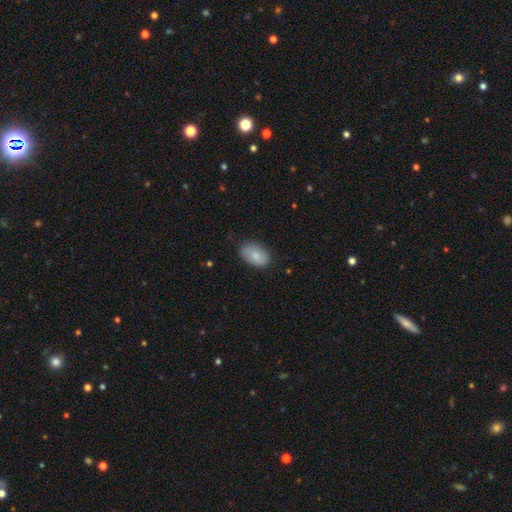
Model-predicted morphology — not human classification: Smooth or featured?
  - smooth: 83% *
  - featured or disk: 10%
  - star or artifact: 7%
How rounded?
  - in between: 89% *
  - round: 9%
  - cigar-shaped: 1%
Merging?
  - none: 82% *
  - minor disturbance: 14%
  - major disturbance: 3%
  - merger: 1%